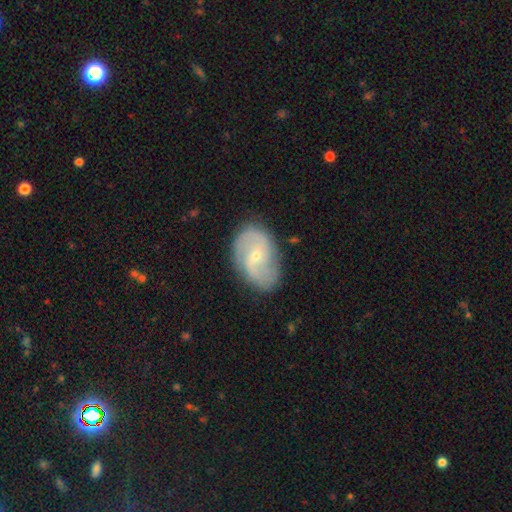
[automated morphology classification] Smooth or featured? featured or disk (80%)
Edge-on disk? no (97%)
Bar? no (46%)
Spiral arms? yes (94%)
Spiral winding? medium (47%)
Spiral arm count? 2 (80%)
Bulge size? small (72%)
Merging? none (79%)